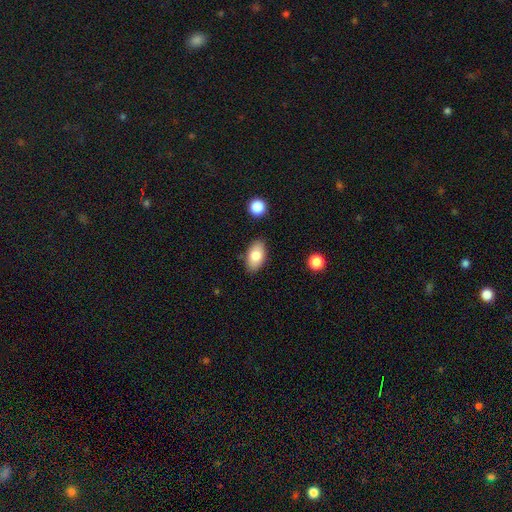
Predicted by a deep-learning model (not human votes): smooth-or-featured: smooth: 79% | featured or disk: 14% | star or artifact: 7%
  how-rounded: in between: 93% | round: 5% | cigar-shaped: 2%
  merging: none: 84% | minor disturbance: 11% | merger: 2% | major disturbance: 2%